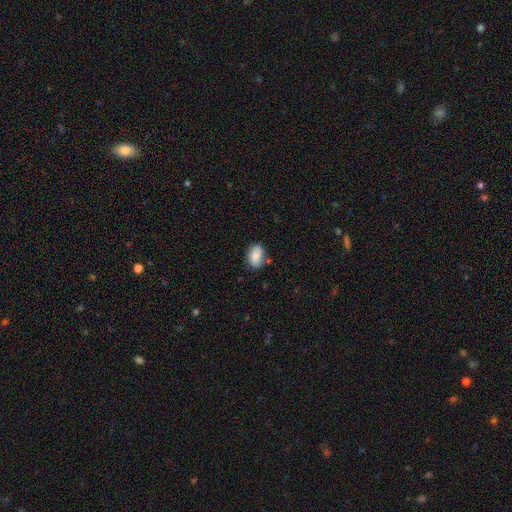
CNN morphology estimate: smooth 85%, star or artifact 7%, featured or disk 7%. Down the decision tree: how rounded — in between (86%); merging — none (71%).